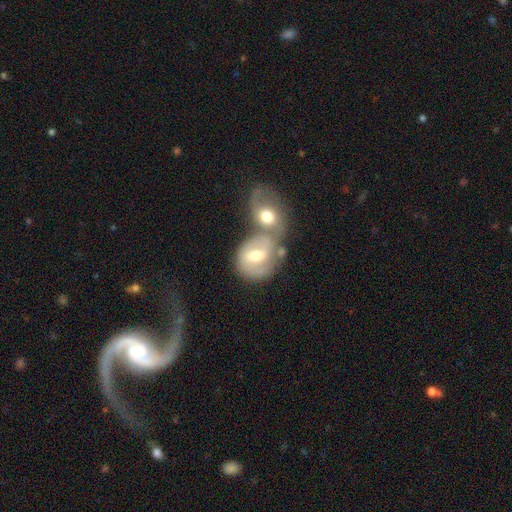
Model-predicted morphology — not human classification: type=featured or disk (61%); edge-on=no (96%); bar=weak (52%); spiral arms=yes (77%); bulge=moderate (74%); merging=merger (62%).